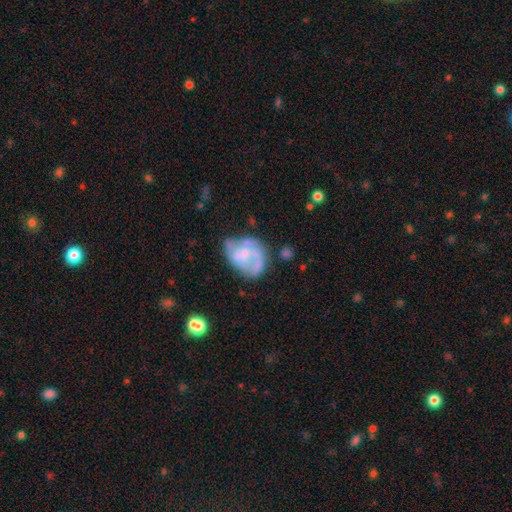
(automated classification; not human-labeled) A featured or disk galaxy (58%) with no bar (72%), no spiral arms (52%) and no central bulge (35%).

Vote fractions:
- Smooth or featured? featured or disk: 58% / smooth: 34% / star or artifact: 8%
- Edge-on disk? no: 98% / yes: 2%
- Bar? no: 72% / weak: 23% / strong: 5%
- Spiral arms? no: 52% / yes: 48%
- Bulge size? none: 35% / small: 29% / moderate: 28% / large: 7% / dominant: 2%
- Merging? none: 41% / minor disturbance: 28% / major disturbance: 22% / merger: 9%